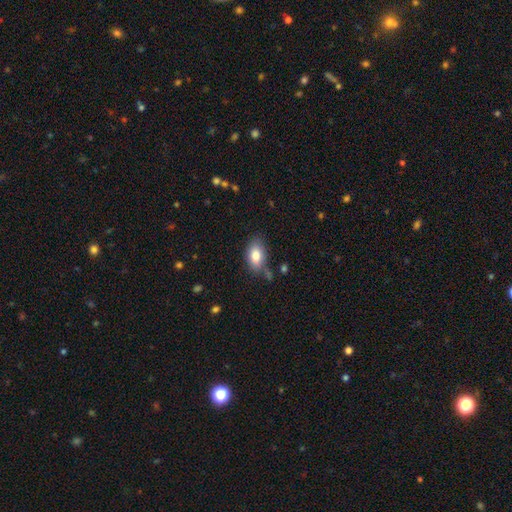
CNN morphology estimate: A smooth galaxy with no disk features (83%) that is in between round and cigar-shaped (91%). Merging: none (64%).